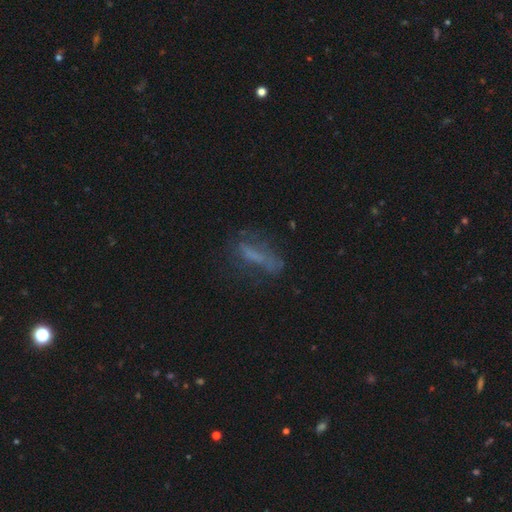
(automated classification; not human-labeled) A smooth galaxy with no disk features (44%). Merging: none (53%).